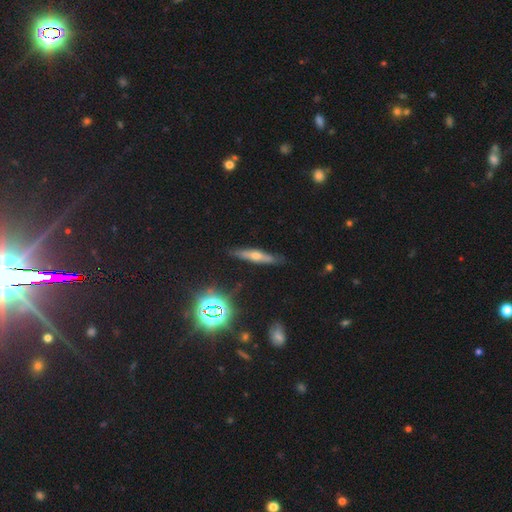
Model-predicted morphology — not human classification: A featured or disk galaxy (52%) viewed edge-on (89%).

Vote fractions:
- Smooth or featured? featured or disk: 52% / smooth: 30% / star or artifact: 18%
- Edge-on disk? yes: 89% / no: 11%
- Merging? none: 84% / minor disturbance: 12% / major disturbance: 3% / merger: 2%